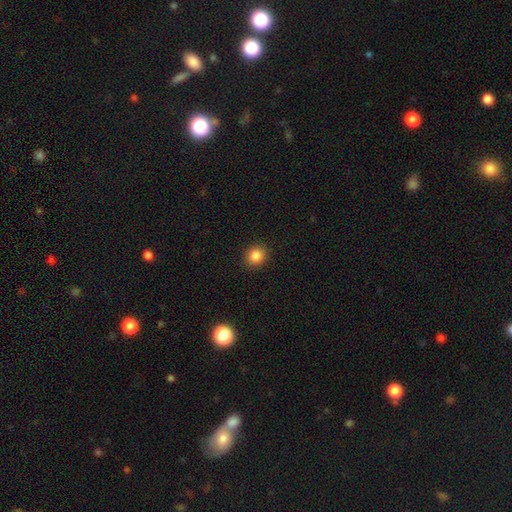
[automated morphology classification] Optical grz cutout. It shows a smooth galaxy with no disk features (86%) that is round (79%). Merging: none (90%).